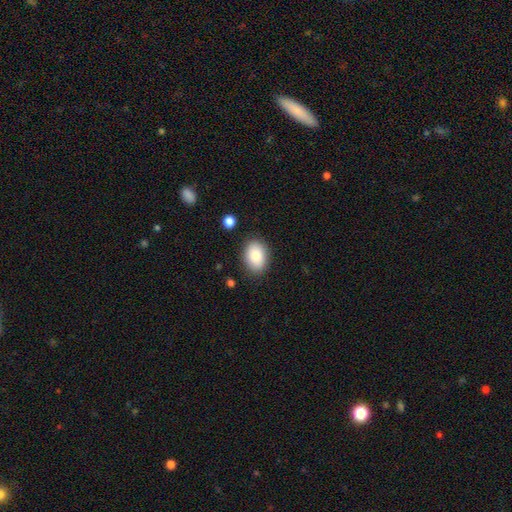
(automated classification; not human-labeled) smooth 84%, featured or disk 9%, star or artifact 7%. Down the decision tree: how rounded — in between (78%); merging — none (85%).